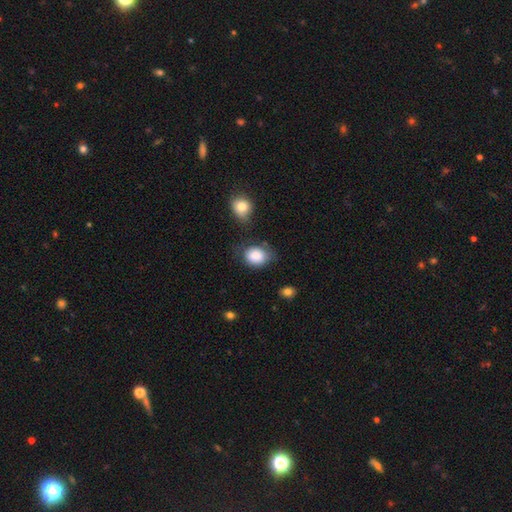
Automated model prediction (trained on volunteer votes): Smooth or featured?
  - smooth: 87% *
  - star or artifact: 7%
  - featured or disk: 6%
How rounded?
  - round: 50% *
  - in between: 49%
  - cigar-shaped: 1%
Merging?
  - none: 58% *
  - minor disturbance: 27%
  - major disturbance: 8%
  - merger: 7%